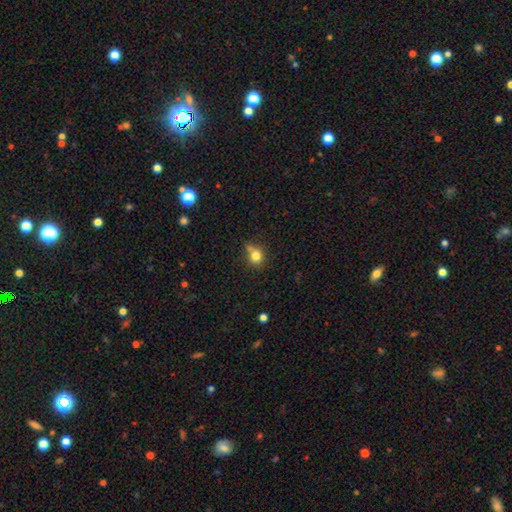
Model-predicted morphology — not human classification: A smooth galaxy with no disk features (78%) that is round (74%).

Vote fractions:
- Smooth or featured? smooth: 78% / star or artifact: 12% / featured or disk: 9%
- How rounded? round: 74% / in between: 24% / cigar-shaped: 1%
- Merging? none: 53% / minor disturbance: 27% / merger: 11% / major disturbance: 10%